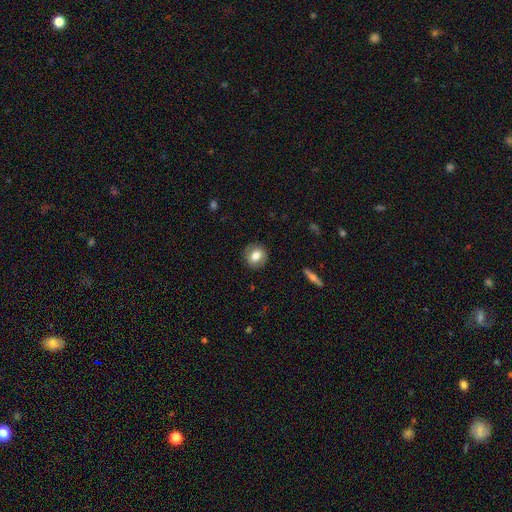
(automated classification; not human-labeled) smooth_or_featured: smooth (p=0.68) [alt: featured or disk p=0.24]
how_rounded: round (p=0.71) [alt: in between p=0.27]
merging: none (p=0.85) [alt: minor disturbance p=0.11]